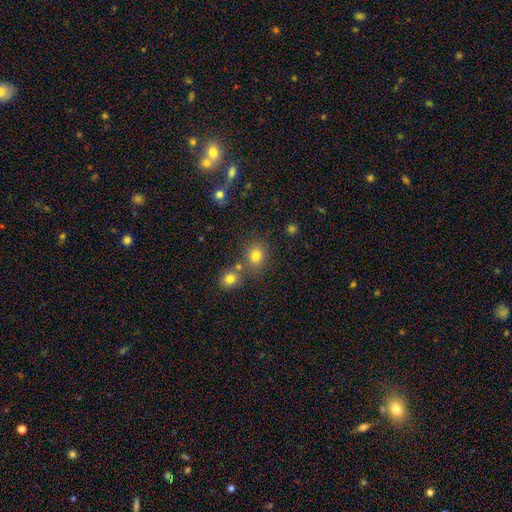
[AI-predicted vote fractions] Smooth or featured? Predicted: smooth (p=0.78). How rounded? Predicted: round (p=0.71). Merging? Predicted: none (p=0.68).